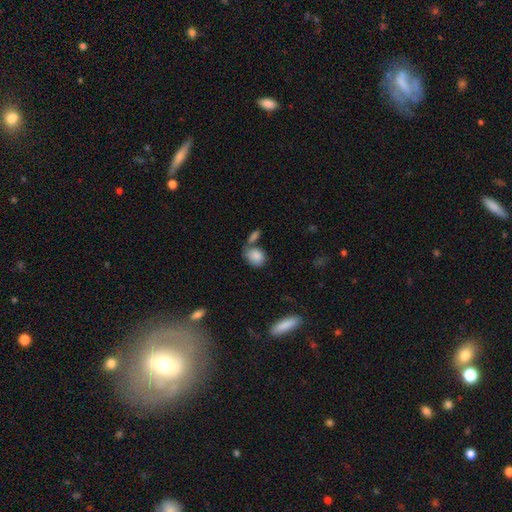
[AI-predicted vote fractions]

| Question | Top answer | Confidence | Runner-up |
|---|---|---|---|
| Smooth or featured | smooth | 86% | star or artifact (7%) |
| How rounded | in between | 59% | round (40%) |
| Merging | none | 52% | merger (26%) |